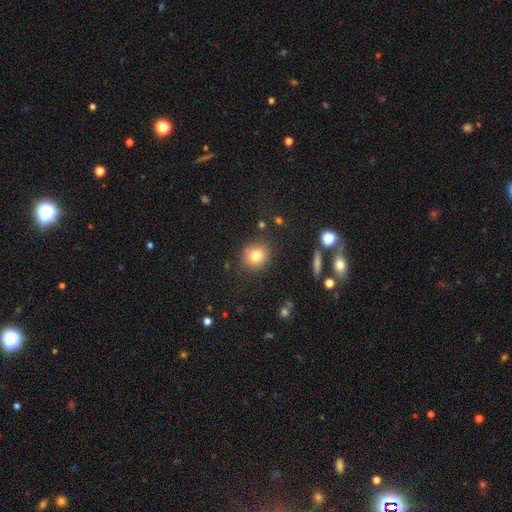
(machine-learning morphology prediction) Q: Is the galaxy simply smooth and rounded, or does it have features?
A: smooth — 78%.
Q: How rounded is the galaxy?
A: round — 81%.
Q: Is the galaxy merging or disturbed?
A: none — 87%.